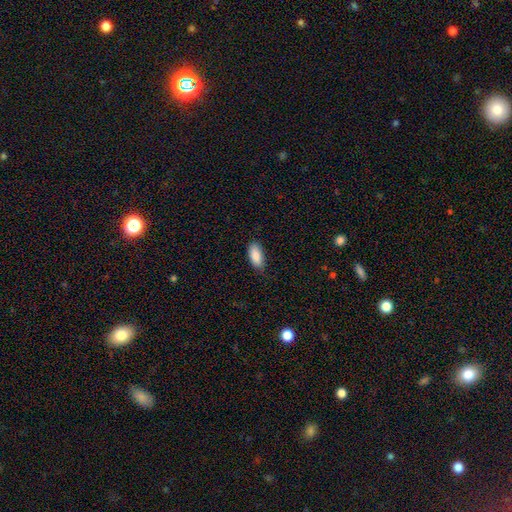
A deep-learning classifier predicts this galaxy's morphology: Smooth or featured? smooth (89%)
How rounded? in between (90%)
Merging? none (80%)